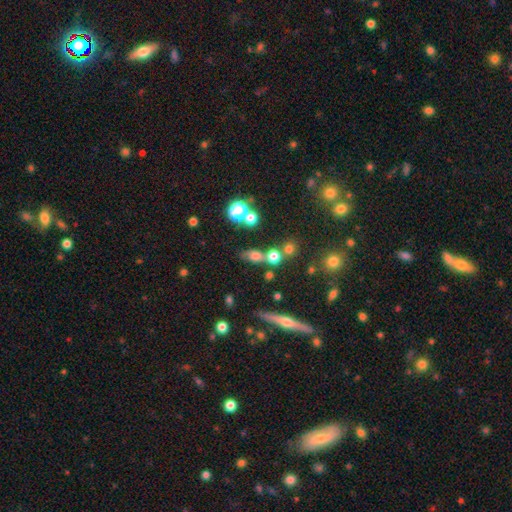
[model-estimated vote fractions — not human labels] A smooth galaxy with no disk features (62%) that is in between round and cigar-shaped (48%). Merging: none (49%).